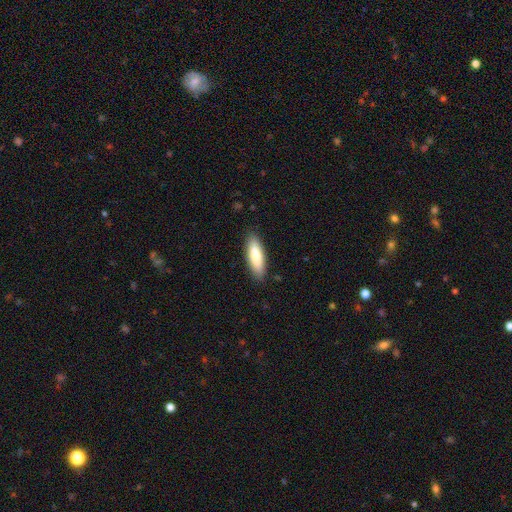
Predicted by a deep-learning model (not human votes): A smooth galaxy with no disk features (79%) that is in between round and cigar-shaped (52%).

Vote fractions:
- Smooth or featured? smooth: 79% / featured or disk: 16% / star or artifact: 6%
- How rounded? in between: 52% / cigar-shaped: 47% / round: 2%
- Merging? none: 88% / minor disturbance: 9% / major disturbance: 2% / merger: 1%